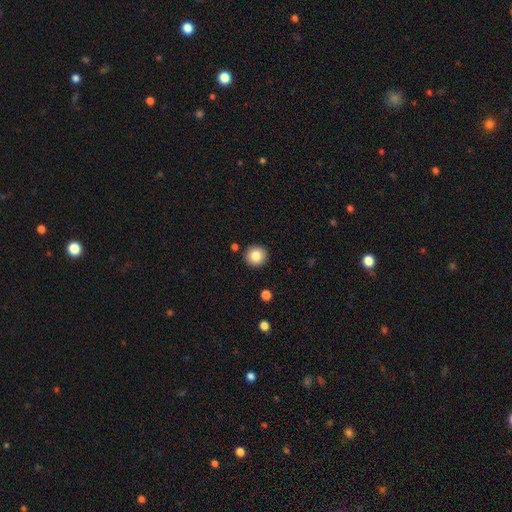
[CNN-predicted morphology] smooth-or-featured: smooth: 84% | star or artifact: 9% | featured or disk: 7%
  how-rounded: round: 93% | in between: 6% | cigar-shaped: 1%
  merging: none: 91% | minor disturbance: 6% | merger: 2% | major disturbance: 2%